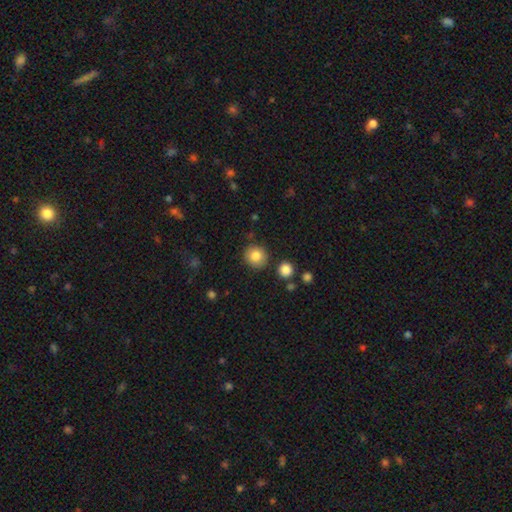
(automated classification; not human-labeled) Overall: smooth (83%). How rounded: round (89%). Merging: none (86%).